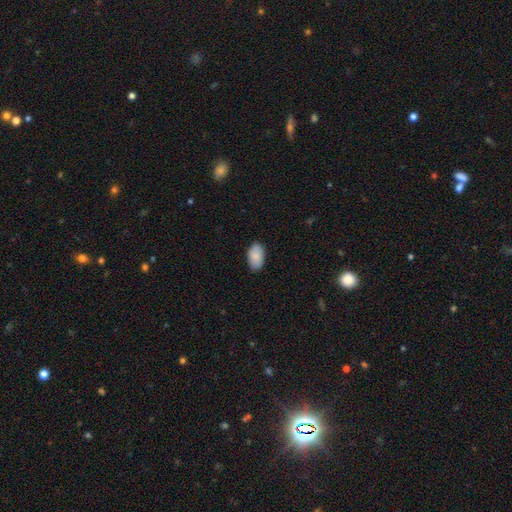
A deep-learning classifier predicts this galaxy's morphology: Smooth or featured: smooth — 88% (star or artifact — 6%)
How rounded: in between — 94% (round — 4%)
Merging: none — 84% (minor disturbance — 12%)